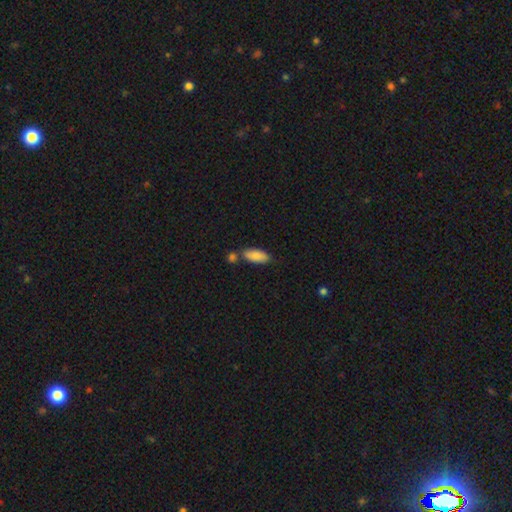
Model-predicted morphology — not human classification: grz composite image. It shows a smooth galaxy with no disk features (86%) that is in between round and cigar-shaped (83%). Merging: none (64%).